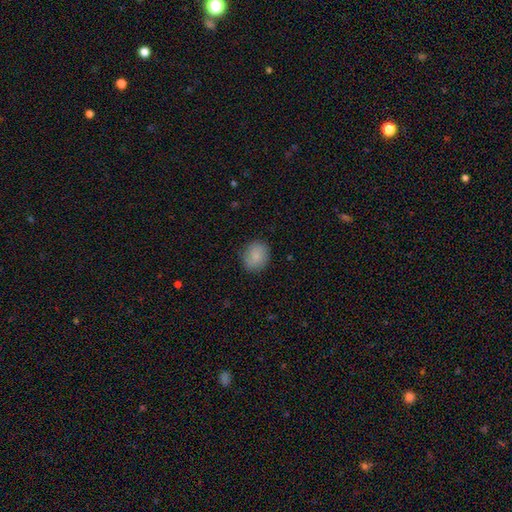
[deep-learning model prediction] This is clearly a smooth galaxy (87%). How rounded: likely round (64%). Merging: clearly none (86%).